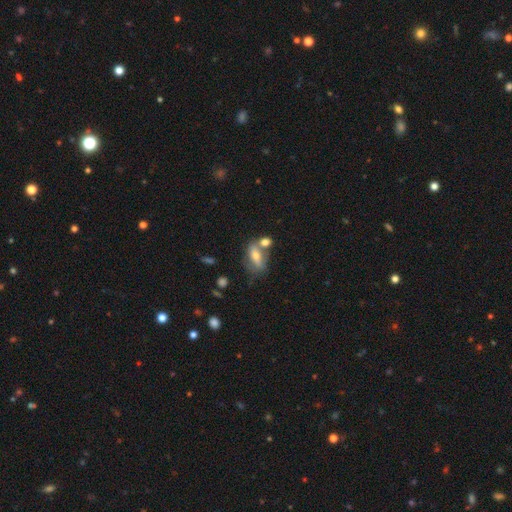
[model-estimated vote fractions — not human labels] Smooth or featured? Predicted: smooth (p=0.59). How rounded? Predicted: in between (p=0.77). Merging? Predicted: none (p=0.42).